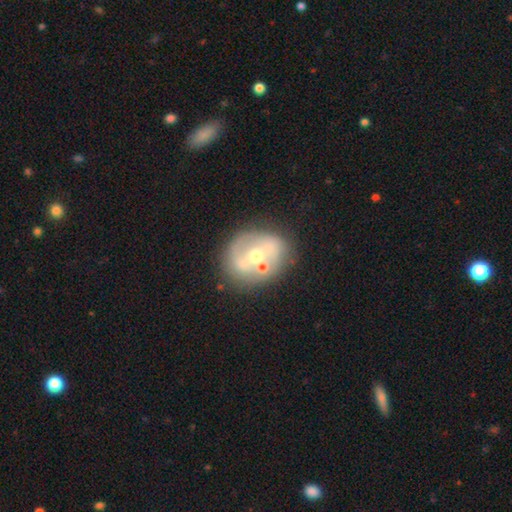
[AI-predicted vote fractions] The model was most divided on "bar" (2-way tie): strong: 34%, no: 34%, weak: 32%. More confident: edge-on disk — no (95%); smooth or featured — featured or disk (67%); spiral arms — no (66%); merging — none (65%); bulge size — moderate (61%).